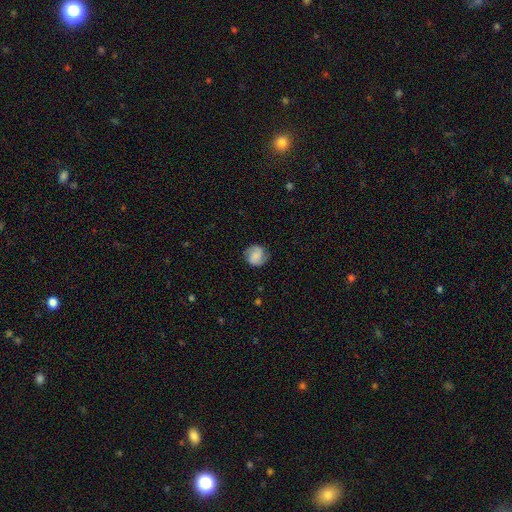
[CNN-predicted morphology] Overall: smooth (54%; featured or disk 37%). How rounded: round (83%). Merging: none (80%).